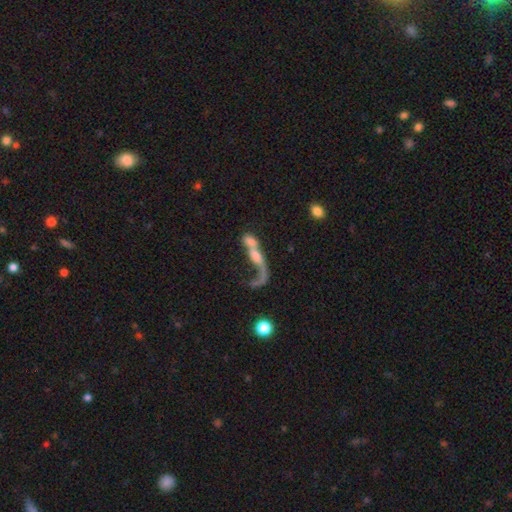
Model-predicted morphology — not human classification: Q: Smooth or featured?
A: featured or disk (53%); runner-up: smooth (35%)
Q: Edge-on disk?
A: no (85%); runner-up: yes (15%)
Q: Merging?
A: merger (56%); runner-up: major disturbance (22%)